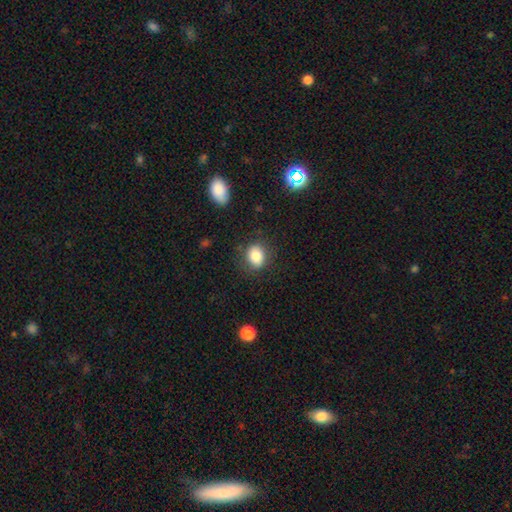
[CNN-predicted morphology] The model was most divided on "how rounded": round: 52%, in between: 47%, cigar-shaped: 1%. More confident: smooth or featured — smooth (83%); merging — none (81%).